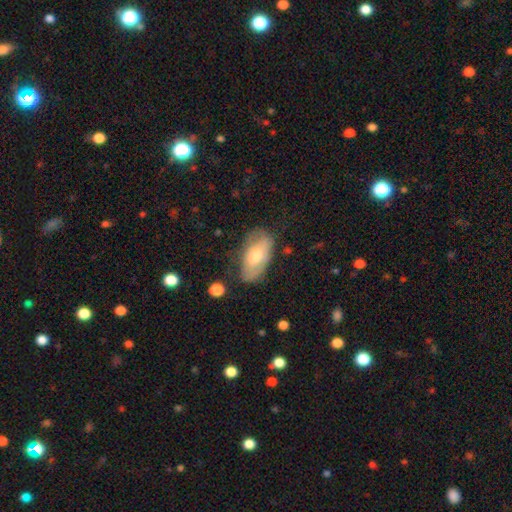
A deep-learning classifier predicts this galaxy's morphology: Smooth or featured?
  - smooth: 57% *
  - featured or disk: 37%
  - star or artifact: 7%
How rounded?
  - in between: 92% *
  - cigar-shaped: 5%
  - round: 4%
Merging?
  - none: 67% *
  - minor disturbance: 23%
  - major disturbance: 8%
  - merger: 2%